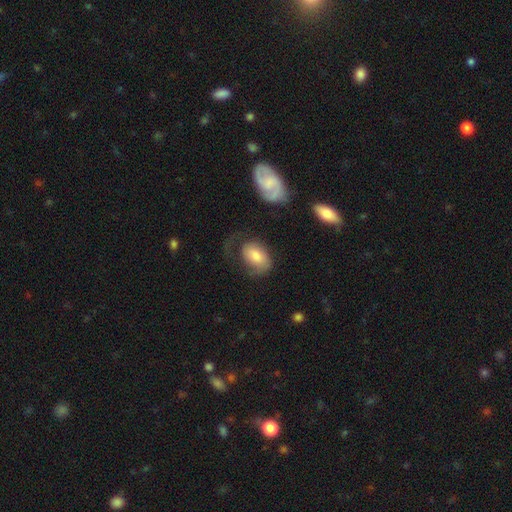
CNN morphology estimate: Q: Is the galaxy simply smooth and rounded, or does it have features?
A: smooth — 61%.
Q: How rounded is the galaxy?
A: in between — 83%.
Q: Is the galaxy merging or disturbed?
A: none — 37%.